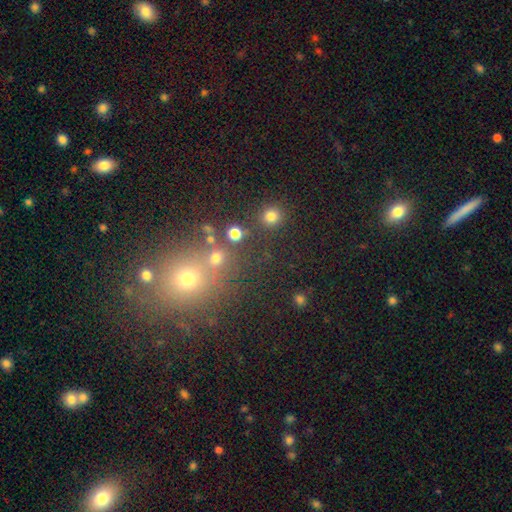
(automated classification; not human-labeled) Smooth or featured?
  - smooth: 50% *
  - star or artifact: 40%
  - featured or disk: 10%
Merging?
  - none: 73% *
  - merger: 14%
  - minor disturbance: 9%
  - major disturbance: 4%